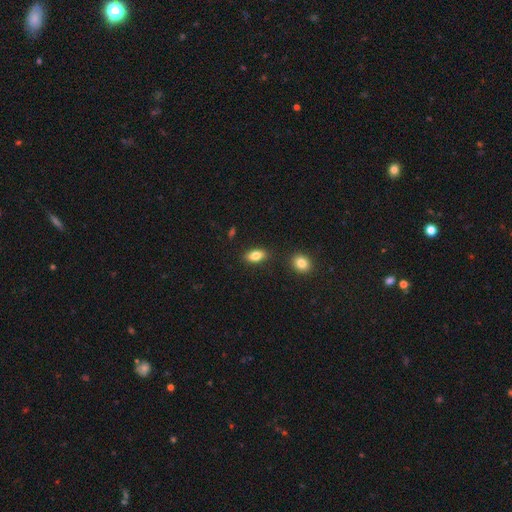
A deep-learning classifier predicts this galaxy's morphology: This appears to be a smooth galaxy with no disk features (83%) that is in between round and cigar-shaped (89%). Merging: none (84%).